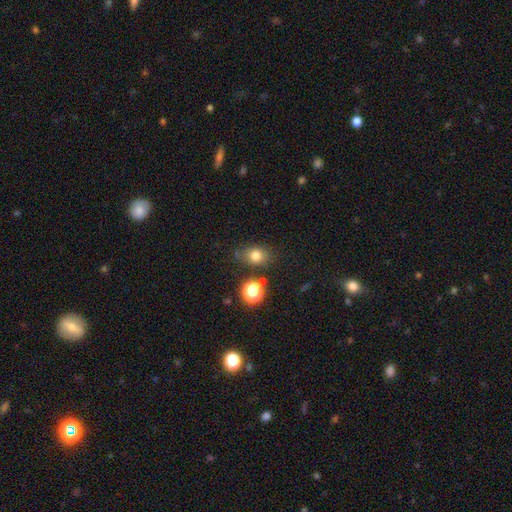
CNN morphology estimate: A smooth galaxy with no disk features (75%) that is in between round and cigar-shaped (49%, tied with round).

Vote fractions:
- Smooth or featured? smooth: 75% / star or artifact: 16% / featured or disk: 9%
- How rounded? in between: 49% (tied) / round: 49% (tied) / cigar-shaped: 1%
- Merging? none: 73% / minor disturbance: 16% / merger: 6% / major disturbance: 5%